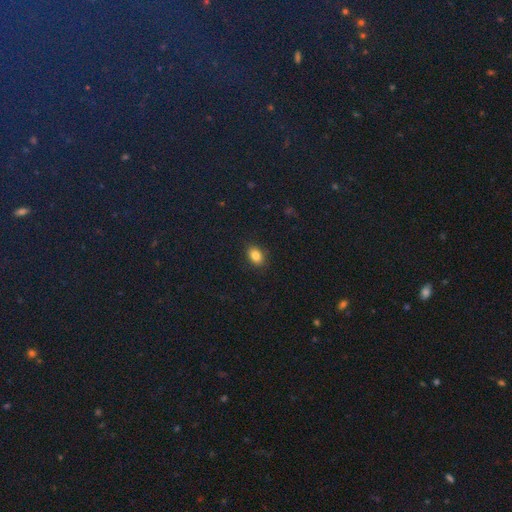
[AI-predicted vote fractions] A smooth galaxy with no disk features (84%) that is in between round and cigar-shaped (76%).

Vote fractions:
- Smooth or featured? smooth: 84% / star or artifact: 10% / featured or disk: 6%
- How rounded? in between: 76% / round: 23% / cigar-shaped: 1%
- Merging? none: 87% / minor disturbance: 9% / major disturbance: 2% / merger: 1%